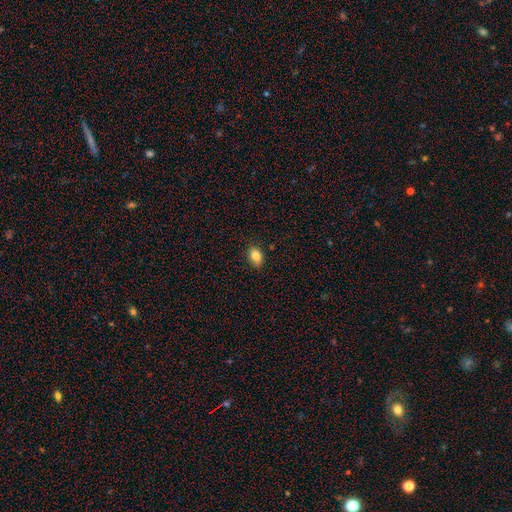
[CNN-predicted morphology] Smooth or featured? smooth (84%)
How rounded? in between (83%)
Merging? none (87%)